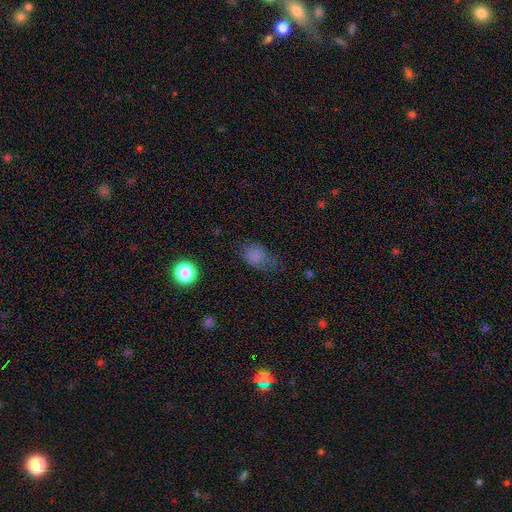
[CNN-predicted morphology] Smooth or featured: smooth — 77% (star or artifact — 15%)
How rounded: in between — 71% (round — 28%)
Merging: none — 45% (minor disturbance — 32%)